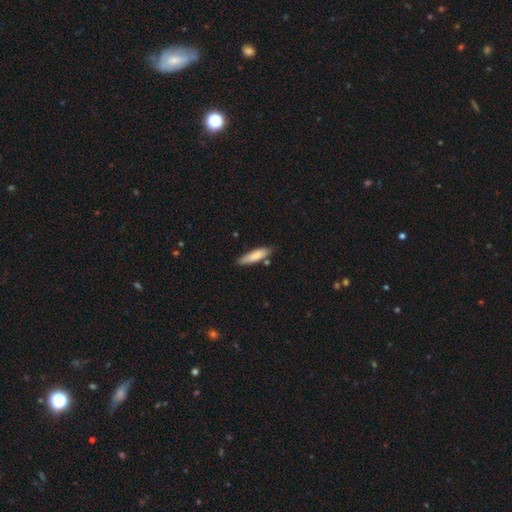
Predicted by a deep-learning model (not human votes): The model was most divided on "how rounded": cigar-shaped: 70%, in between: 29%, round: 1%. More confident: smooth or featured — smooth (81%); merging — none (77%).